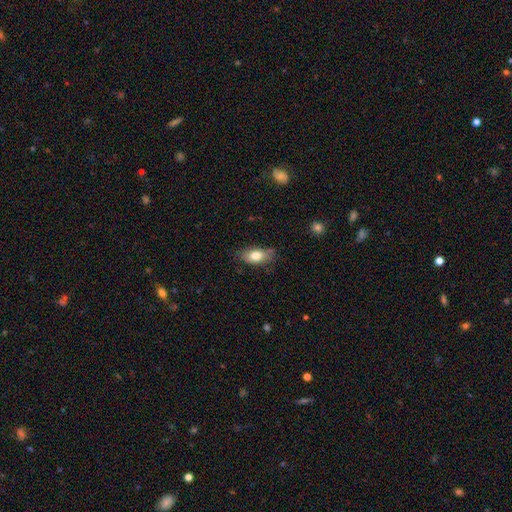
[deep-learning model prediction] Morphology: type=smooth (78%); roundness=in between (86%); merging=none (74%).